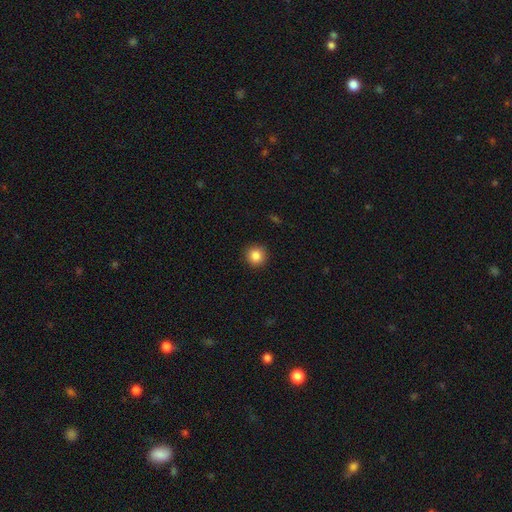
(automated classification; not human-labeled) smooth_or_featured: smooth (p=0.86) [alt: star or artifact p=0.10]
how_rounded: round (p=0.94) [alt: in between p=0.05]
merging: none (p=0.91) [alt: minor disturbance p=0.06]